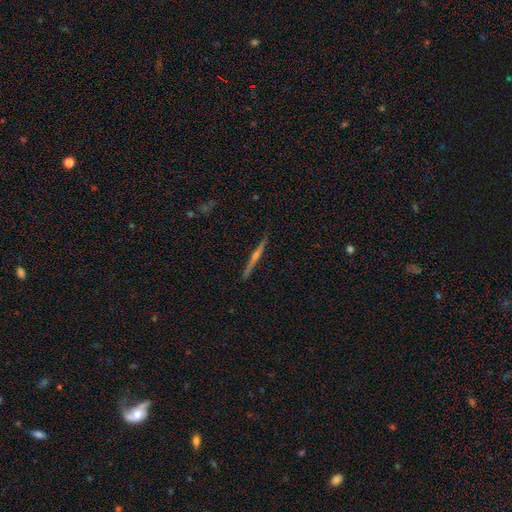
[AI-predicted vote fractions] Smooth or featured? Predicted: featured or disk (p=0.74). Edge-on disk? Predicted: yes (p=0.98). Edge-on bulge? Predicted: rounded (p=0.67). Merging? Predicted: none (p=0.91).